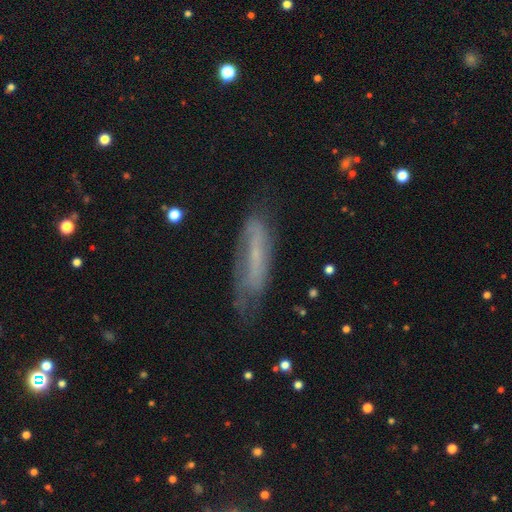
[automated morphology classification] A featured or disk galaxy (53%). Merging: none (60%).